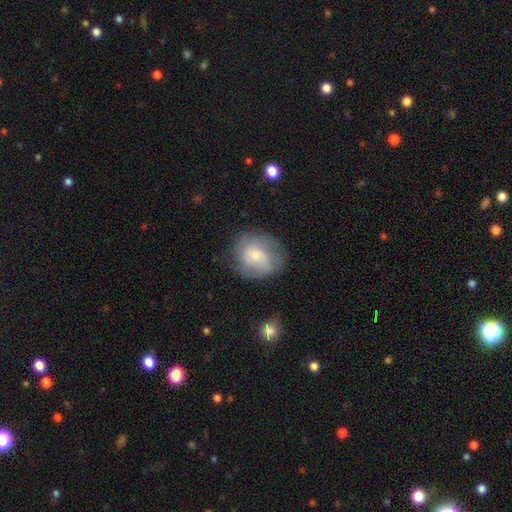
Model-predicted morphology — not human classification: A smooth galaxy with no disk features (48%).

Vote fractions:
- Smooth or featured? smooth: 48% / featured or disk: 44% / star or artifact: 8%
- Merging? none: 65% / minor disturbance: 22% / major disturbance: 11% / merger: 2%